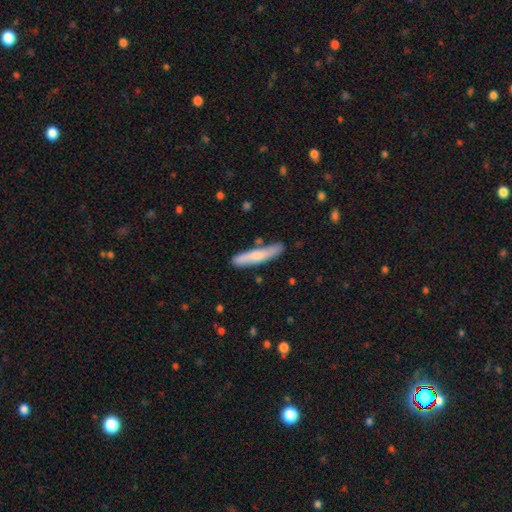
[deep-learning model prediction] smooth-or-featured: smooth: 70% | featured or disk: 24% | star or artifact: 5%
  how-rounded: cigar-shaped: 90% | in between: 9% | round: 1%
  merging: none: 79% | minor disturbance: 15% | merger: 4% | major disturbance: 3%